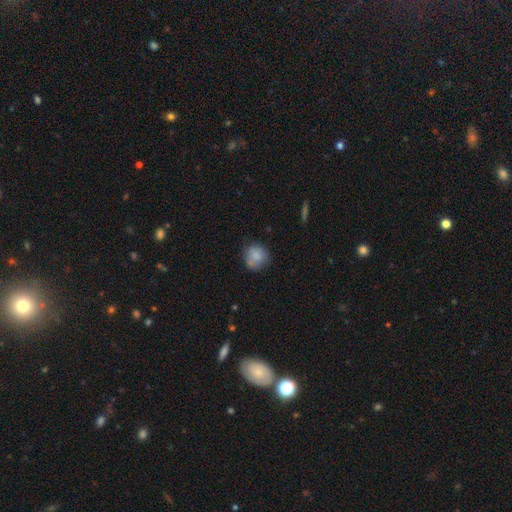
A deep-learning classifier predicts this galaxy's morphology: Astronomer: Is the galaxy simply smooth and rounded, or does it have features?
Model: smooth — 82%.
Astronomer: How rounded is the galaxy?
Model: round — 85%.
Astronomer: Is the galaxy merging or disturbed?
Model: none — 68%.